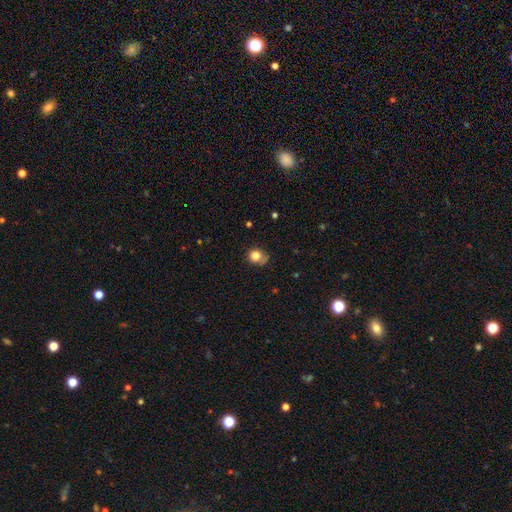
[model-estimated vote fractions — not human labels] Q: Smooth or featured?
A: smooth (80%); runner-up: star or artifact (11%)
Q: How rounded?
A: round (75%); runner-up: in between (24%)
Q: Merging?
A: none (58%); runner-up: minor disturbance (29%)